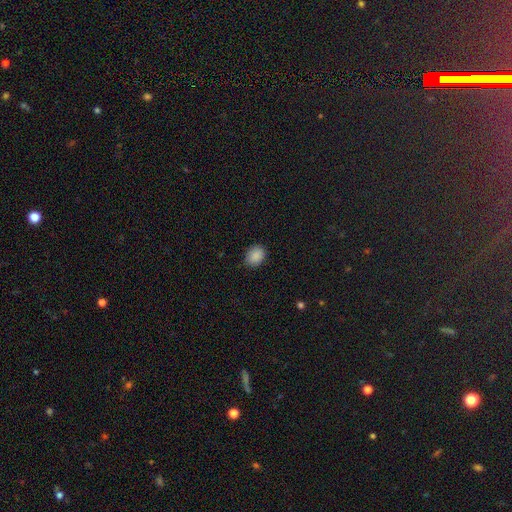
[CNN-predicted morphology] This appears to be a smooth galaxy with no disk features (89%) that is in between round and cigar-shaped (61%). Merging: none (84%).